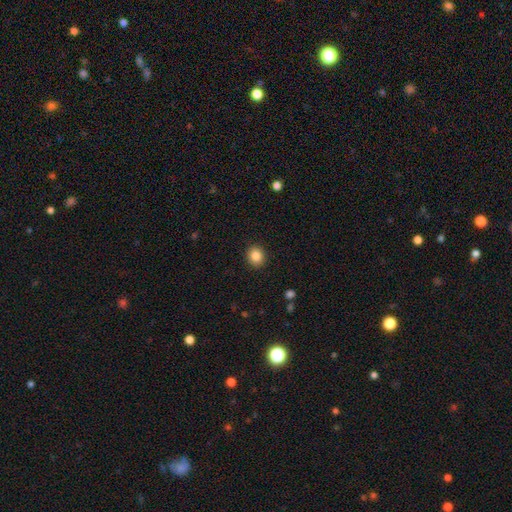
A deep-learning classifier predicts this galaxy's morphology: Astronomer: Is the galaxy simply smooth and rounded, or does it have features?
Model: smooth — 86%.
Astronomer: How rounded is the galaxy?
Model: round — 72%.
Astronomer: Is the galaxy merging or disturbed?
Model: none — 91%.